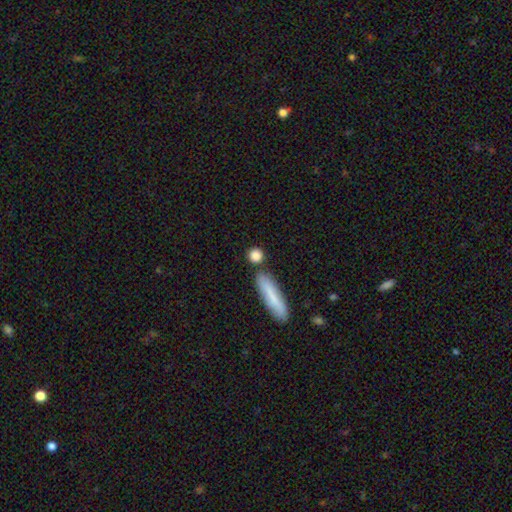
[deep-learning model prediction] A smooth galaxy with no disk features (84%) that is round (72%).

Vote fractions:
- Smooth or featured? smooth: 84% / star or artifact: 8% / featured or disk: 8%
- How rounded? round: 72% / in between: 16% / cigar-shaped: 12%
- Merging? none: 73% / merger: 12% / minor disturbance: 11% / major disturbance: 4%